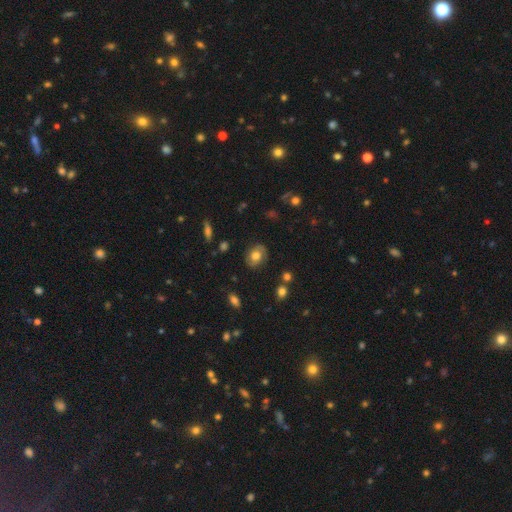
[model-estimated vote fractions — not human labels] Overall: smooth (56%; featured or disk 35%). How rounded: in between (53%; round 45%). Merging: none (80%).